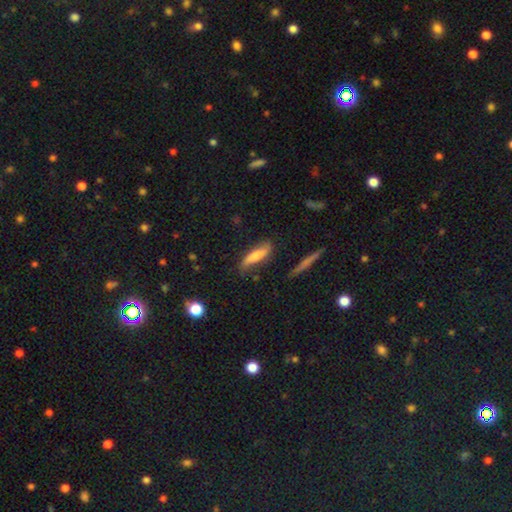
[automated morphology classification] smooth 56%, featured or disk 37%, star or artifact 7%. Down the decision tree: how rounded — cigar-shaped (65%); merging — none (65%).